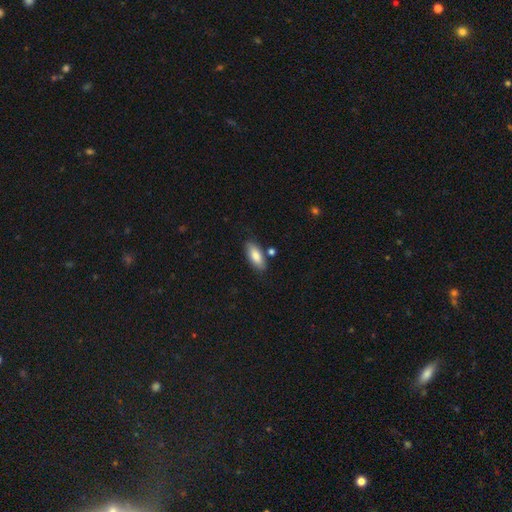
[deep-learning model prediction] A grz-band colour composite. It shows a smooth galaxy with no disk features (83%) that is in between round and cigar-shaped (81%). Merging: none (79%).